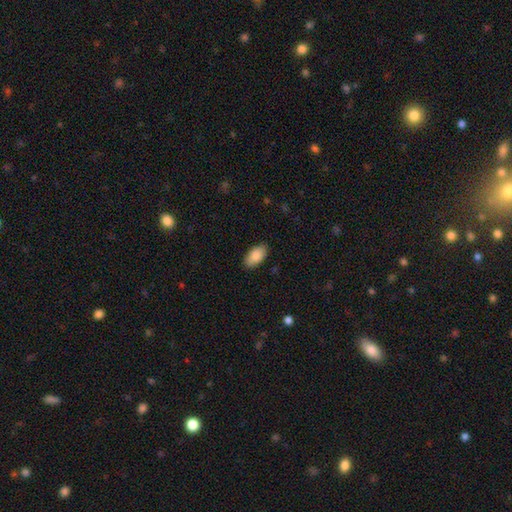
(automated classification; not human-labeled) smooth-or-featured: smooth: 89% | star or artifact: 6% | featured or disk: 5%
  how-rounded: in between: 94% | round: 3% | cigar-shaped: 3%
  merging: none: 87% | minor disturbance: 10% | major disturbance: 2% | merger: 1%